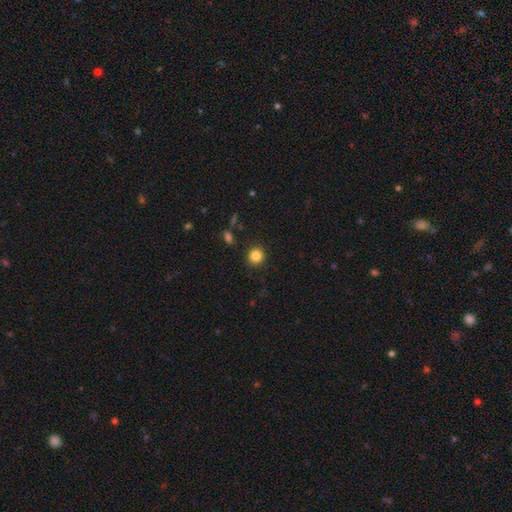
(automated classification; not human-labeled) smooth-or-featured: smooth: 84% | star or artifact: 11% | featured or disk: 4%
  how-rounded: round: 91% | in between: 9% | cigar-shaped: 1%
  merging: none: 89% | minor disturbance: 7% | major disturbance: 2% | merger: 2%